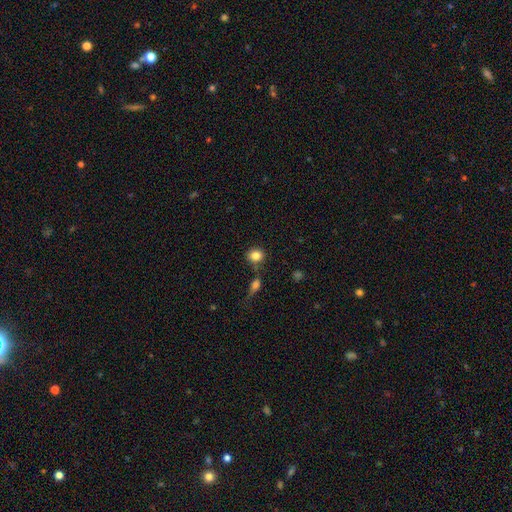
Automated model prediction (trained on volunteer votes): Smooth or featured: smooth — 84% (star or artifact — 10%)
How rounded: round — 77% (in between — 22%)
Merging: none — 73% (minor disturbance — 12%)